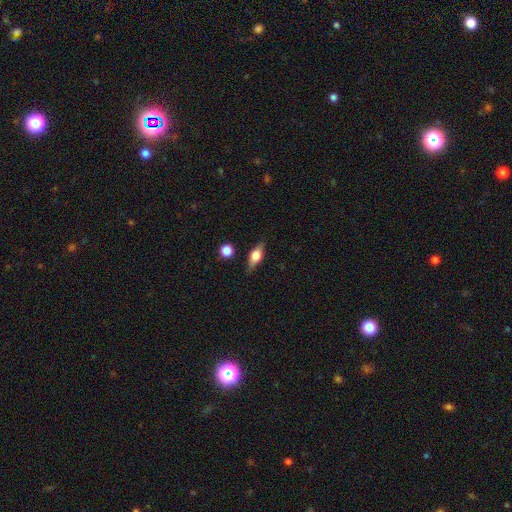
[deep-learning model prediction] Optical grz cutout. It shows a smooth galaxy with no disk features (47%). Merging: none (80%).